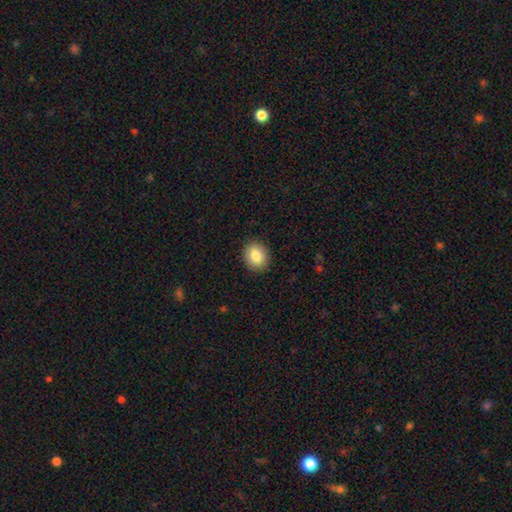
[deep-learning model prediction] Morphology: type=smooth (84%); roundness=round (57%); merging=none (90%).